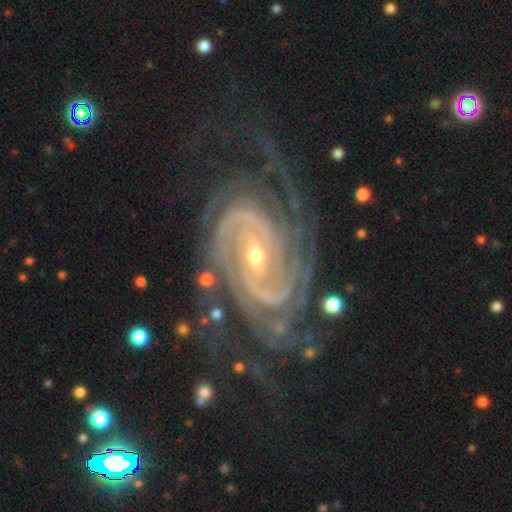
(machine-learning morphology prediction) Smooth or featured? Predicted: featured or disk (p=0.93). Edge-on disk? Predicted: no (p=0.97). Bar? Predicted: weak (p=0.37). Spiral arms? Predicted: yes (p=0.98). Spiral winding? Predicted: tight (p=0.63). Spiral arm count? Predicted: 2 (p=0.49). Bulge size? Predicted: small (p=0.62). Merging? Predicted: none (p=0.65).